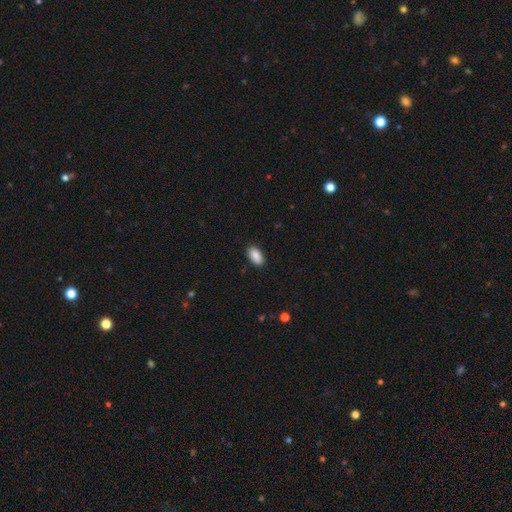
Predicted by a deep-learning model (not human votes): Smooth or featured: smooth — 90% (star or artifact — 7%)
How rounded: in between — 94% (cigar-shaped — 3%)
Merging: none — 89% (minor disturbance — 8%)